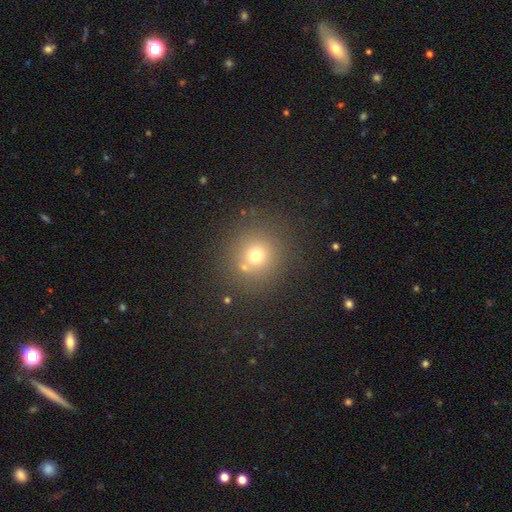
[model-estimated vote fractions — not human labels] smooth 68%, star or artifact 20%, featured or disk 12%. Down the decision tree: how rounded — round (91%); merging — none (77%).